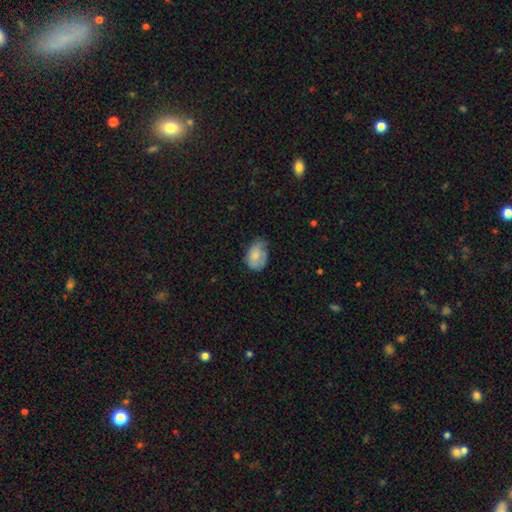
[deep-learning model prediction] A smooth galaxy with no disk features (72%) that is in between round and cigar-shaped (78%).

Vote fractions:
- Smooth or featured? smooth: 72% / featured or disk: 21% / star or artifact: 7%
- How rounded? in between: 78% / round: 21% / cigar-shaped: 1%
- Merging? none: 44% / minor disturbance: 40% / major disturbance: 14% / merger: 2%